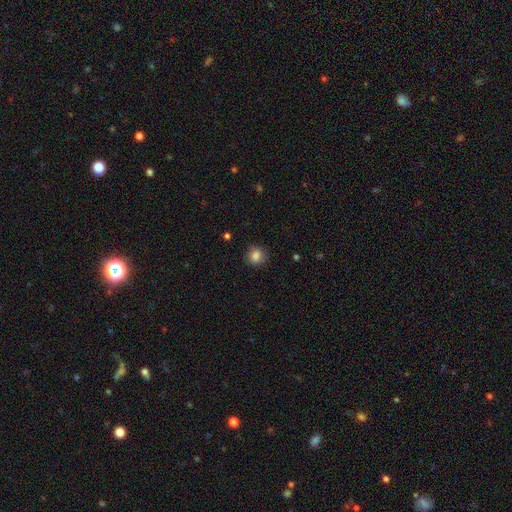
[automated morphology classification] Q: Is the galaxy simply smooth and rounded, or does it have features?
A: smooth — 84%.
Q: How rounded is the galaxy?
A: round — 79%.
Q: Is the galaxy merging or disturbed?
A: none — 82%.